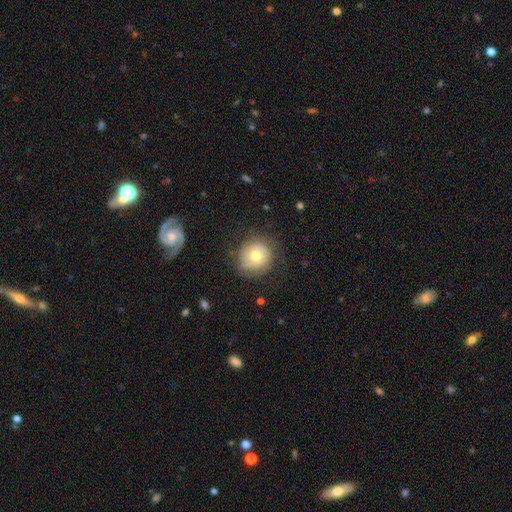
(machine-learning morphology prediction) Smooth or featured: smooth — 56% (featured or disk — 35%)
How rounded: round — 89% (in between — 11%)
Merging: none — 74% (minor disturbance — 17%)